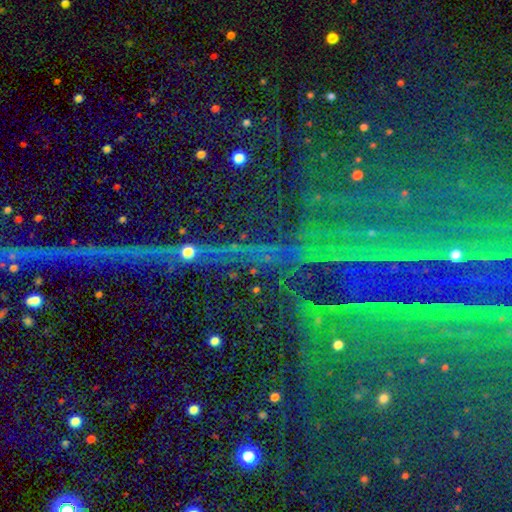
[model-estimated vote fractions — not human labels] Smooth or featured? Predicted: star or artifact (p=0.86).